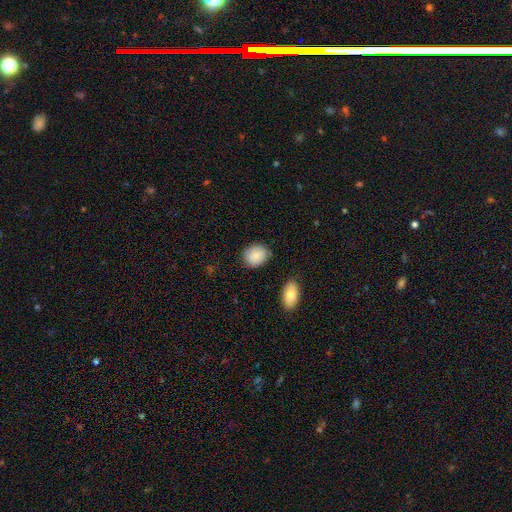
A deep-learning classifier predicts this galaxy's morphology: A smooth galaxy with no disk features (86%) that is round (60%).

Vote fractions:
- Smooth or featured? smooth: 86% / featured or disk: 7% / star or artifact: 7%
- How rounded? round: 60% / in between: 39% / cigar-shaped: 1%
- Merging? none: 81% / minor disturbance: 13% / major disturbance: 3% / merger: 3%